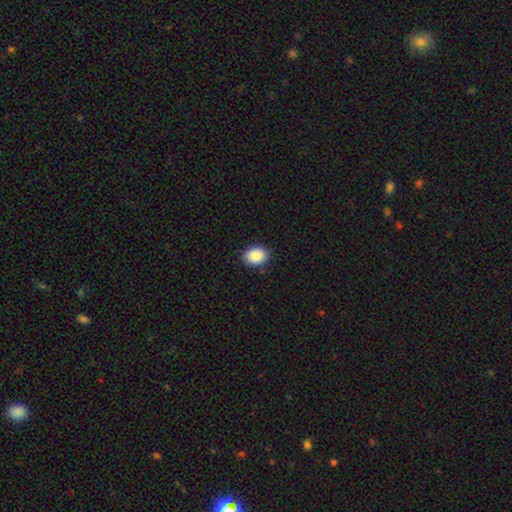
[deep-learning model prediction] Smooth or featured? smooth (90%)
How rounded? in between (68%)
Merging? none (87%)